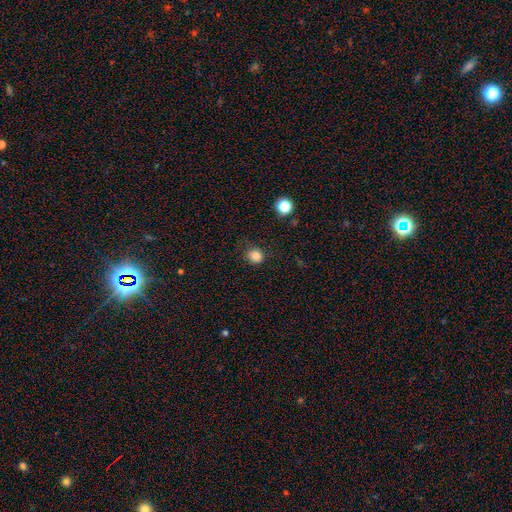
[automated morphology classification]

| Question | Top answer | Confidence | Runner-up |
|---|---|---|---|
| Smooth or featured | smooth | 83% | star or artifact (12%) |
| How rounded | round | 78% | in between (21%) |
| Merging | none | 75% | minor disturbance (18%) |